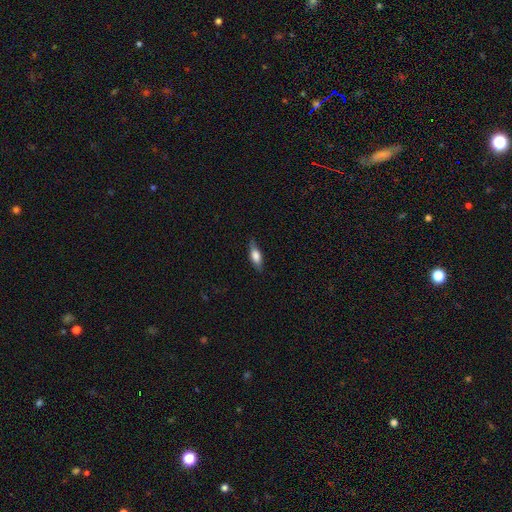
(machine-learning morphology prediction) Smooth or featured? smooth (67%)
How rounded? in between (63%)
Merging? none (76%)